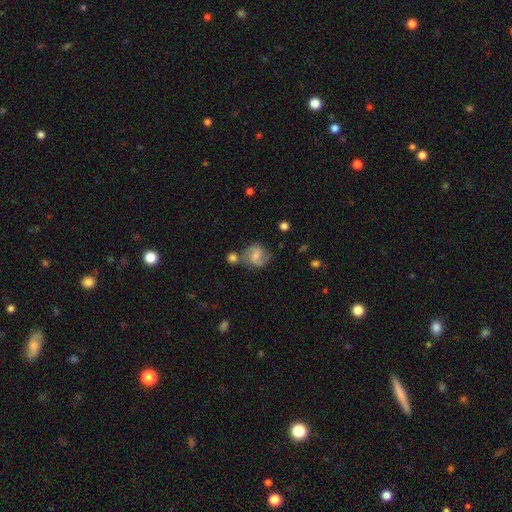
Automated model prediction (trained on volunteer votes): The model was most divided on "bulge size": moderate: 47%, small: 45%, none: 4%, large: 3%, dominant: 1%. Remaining: edge-on disk — no (97%); spiral arms — yes (87%); smooth or featured — featured or disk (58%); merging — none (55%); bar — weak (47%).